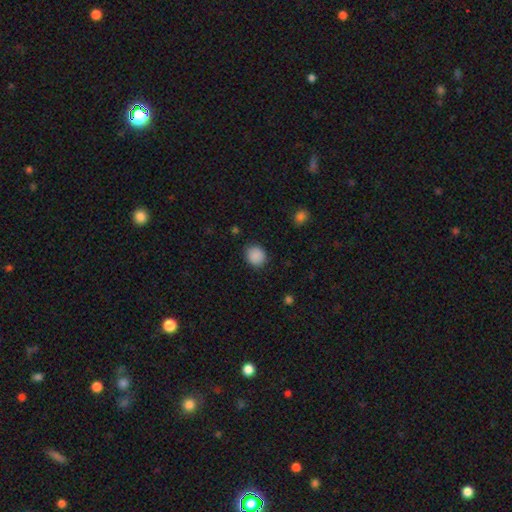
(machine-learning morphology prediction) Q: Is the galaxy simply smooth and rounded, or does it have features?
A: smooth — 89%.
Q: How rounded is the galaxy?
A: round — 77%.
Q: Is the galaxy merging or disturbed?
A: none — 86%.